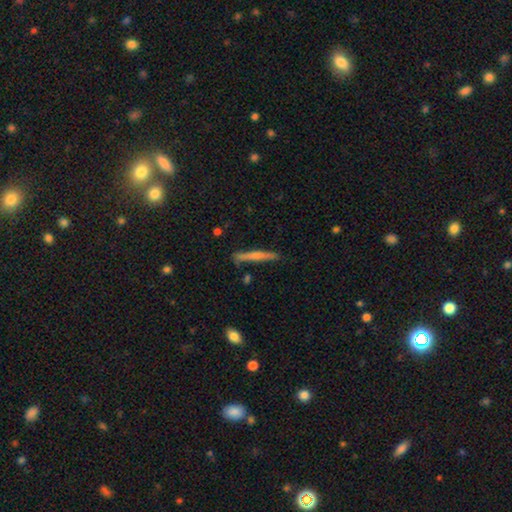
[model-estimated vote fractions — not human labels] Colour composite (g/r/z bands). It shows a smooth galaxy with no disk features (52%) that is cigar-shaped (95%). Merging: none (83%).